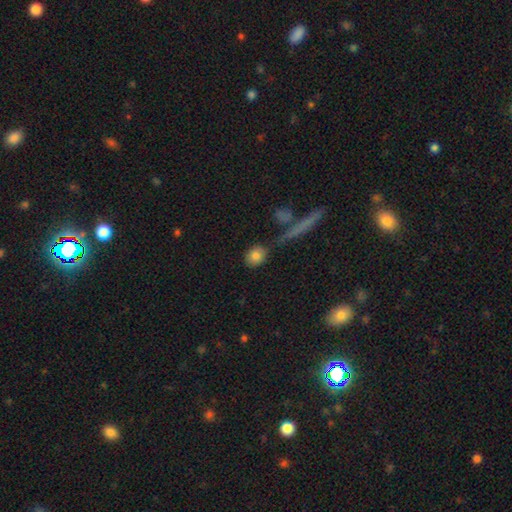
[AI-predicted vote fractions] smooth_or_featured: smooth (p=0.81) [alt: featured or disk p=0.10]
how_rounded: round (p=0.64) [alt: in between p=0.32]
merging: none (p=0.76) [alt: minor disturbance p=0.12]